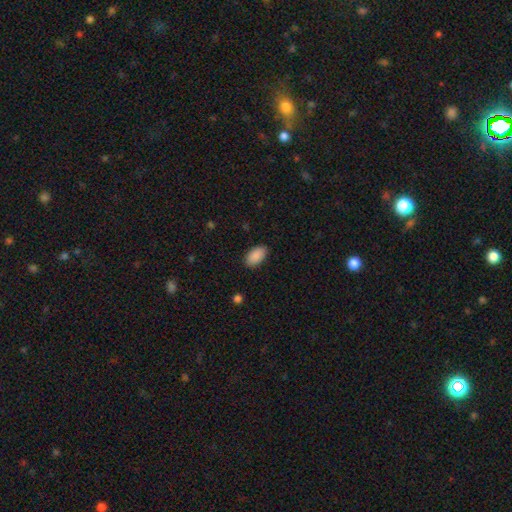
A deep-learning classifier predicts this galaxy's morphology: A smooth galaxy with no disk features (90%) that is in between round and cigar-shaped (95%). Merging: none (88%).